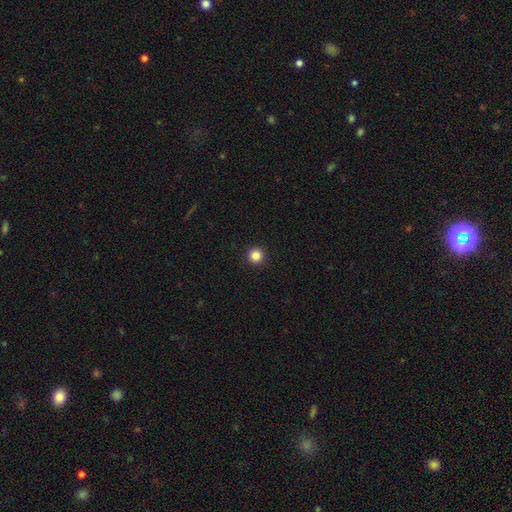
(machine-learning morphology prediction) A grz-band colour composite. It shows a smooth galaxy with no disk features (85%) that is round (96%). Merging: none (94%).